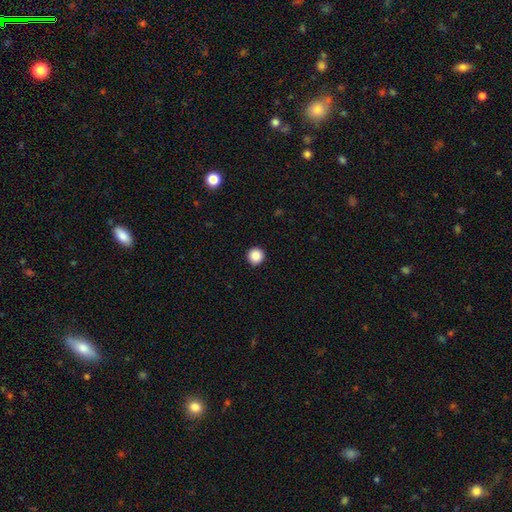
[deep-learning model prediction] smooth 87%, star or artifact 10%, featured or disk 4%. Down the decision tree: how rounded — round (96%); merging — none (93%).